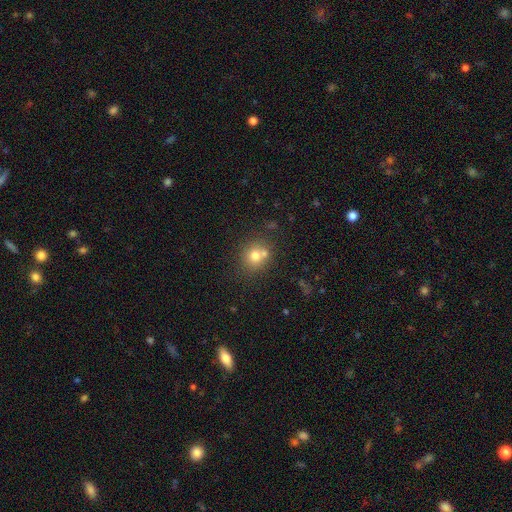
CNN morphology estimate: Smooth or featured? smooth (72%)
How rounded? round (83%)
Merging? none (58%)